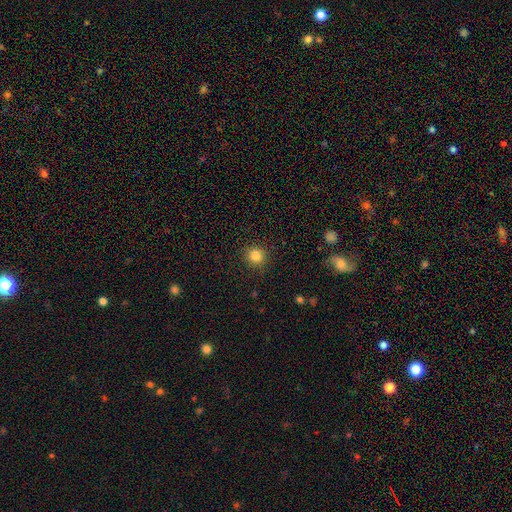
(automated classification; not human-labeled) Smooth or featured? Predicted: smooth (p=0.84). How rounded? Predicted: round (p=0.92). Merging? Predicted: none (p=0.91).